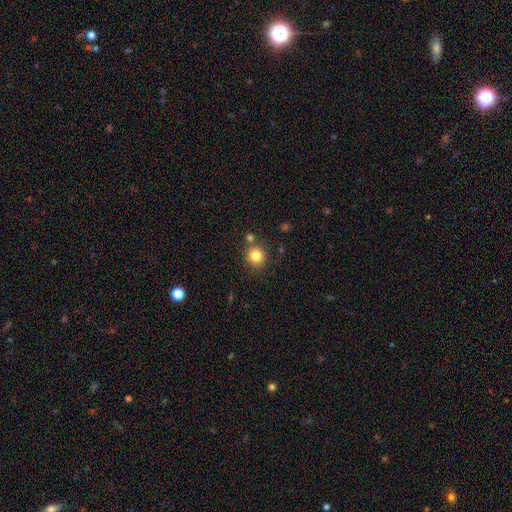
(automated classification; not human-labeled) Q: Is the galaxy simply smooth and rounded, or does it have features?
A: smooth — 83%.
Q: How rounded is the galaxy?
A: round — 90%.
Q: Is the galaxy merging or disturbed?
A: none — 77%.